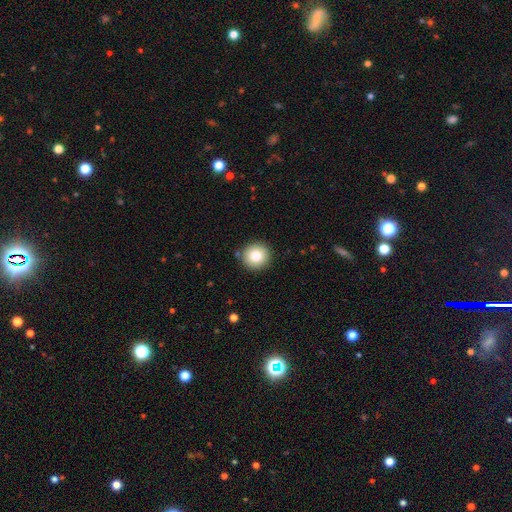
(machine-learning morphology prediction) This is clearly a smooth galaxy (81%). How rounded: clearly round (94%). Merging: clearly none (89%).